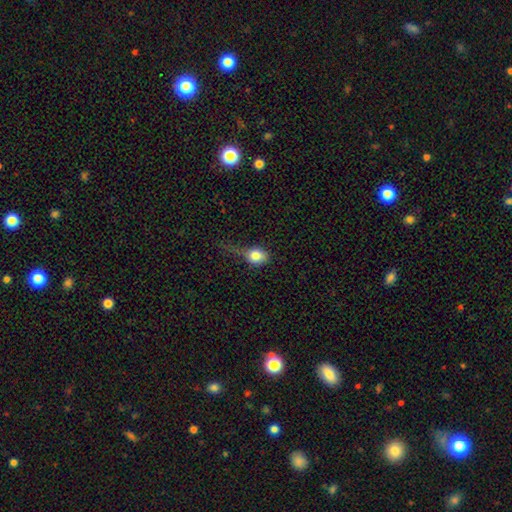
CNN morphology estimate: smooth-or-featured: smooth: 80% | featured or disk: 11% | star or artifact: 10%
  how-rounded: round: 49% (tied) | in between: 49% (tied) | cigar-shaped: 2%
  merging: none: 35% | minor disturbance: 31% | major disturbance: 30% | merger: 4%